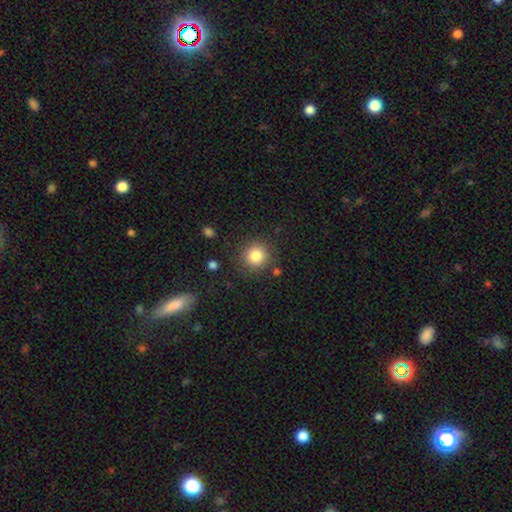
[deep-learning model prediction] The model was most divided on "smooth or featured": smooth: 84%, star or artifact: 11%, featured or disk: 6%. More confident: how rounded — round (92%); merging — none (86%).